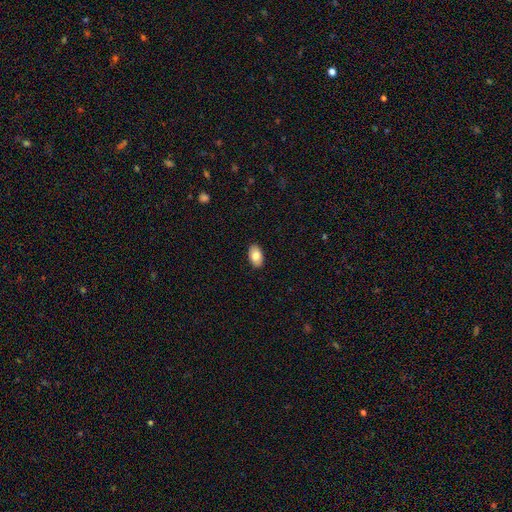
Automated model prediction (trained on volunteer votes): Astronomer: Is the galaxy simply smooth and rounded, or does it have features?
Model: smooth — 82%.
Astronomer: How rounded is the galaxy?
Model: in between — 93%.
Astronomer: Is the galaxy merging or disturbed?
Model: none — 89%.